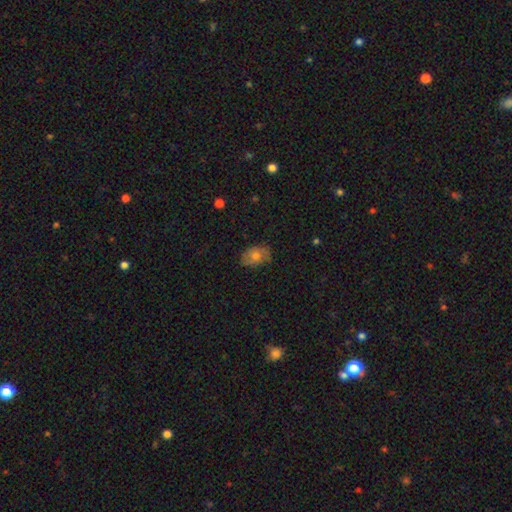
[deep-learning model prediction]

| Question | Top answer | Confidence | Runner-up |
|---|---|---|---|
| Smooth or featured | smooth | 63% | featured or disk (27%) |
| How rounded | in between | 79% | round (20%) |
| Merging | none | 73% | minor disturbance (21%) |